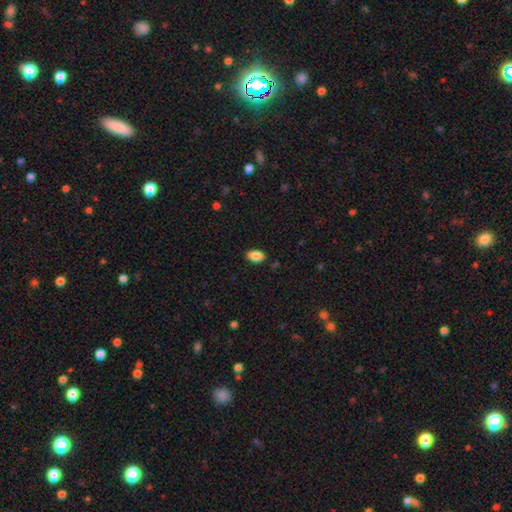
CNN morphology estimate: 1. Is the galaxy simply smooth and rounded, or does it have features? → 87% smooth, 8% star or artifact, 5% featured or disk.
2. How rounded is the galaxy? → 90% in between, 9% round, 2% cigar-shaped.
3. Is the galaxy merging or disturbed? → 84% none, 12% minor disturbance, 2% major disturbance, 1% merger.